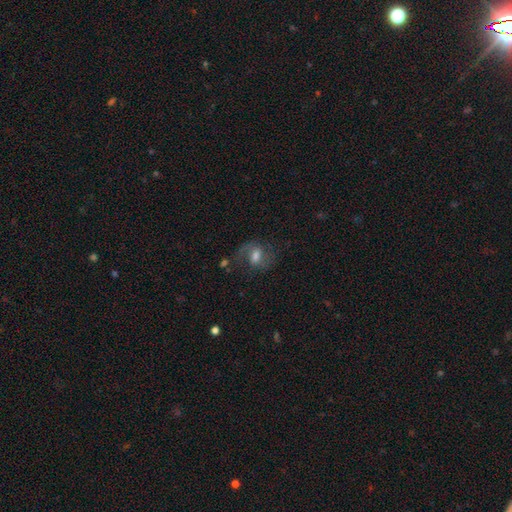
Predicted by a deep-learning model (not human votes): The model was most divided on "spiral winding": medium: 48%, loose: 38%, tight: 14%. More confident: edge-on disk — no (96%); spiral arms — yes (87%); spiral arm count — 2 (80%); merging — none (63%); smooth or featured — featured or disk (62%); bulge size — moderate (53%); bar — weak (50%).